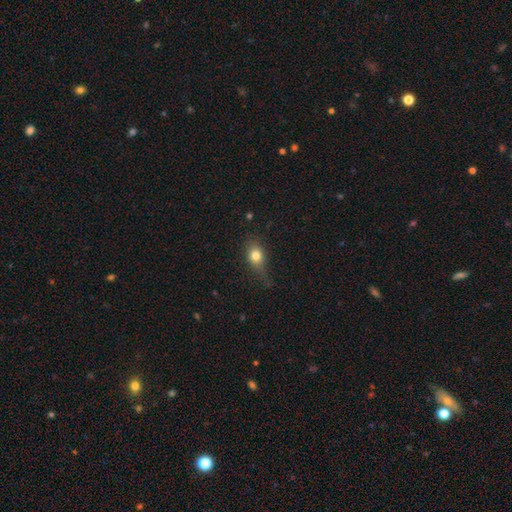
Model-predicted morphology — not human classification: Q: Smooth or featured?
A: smooth (79%); runner-up: featured or disk (11%)
Q: How rounded?
A: in between (59%); runner-up: round (36%)
Q: Merging?
A: none (57%); runner-up: minor disturbance (29%)